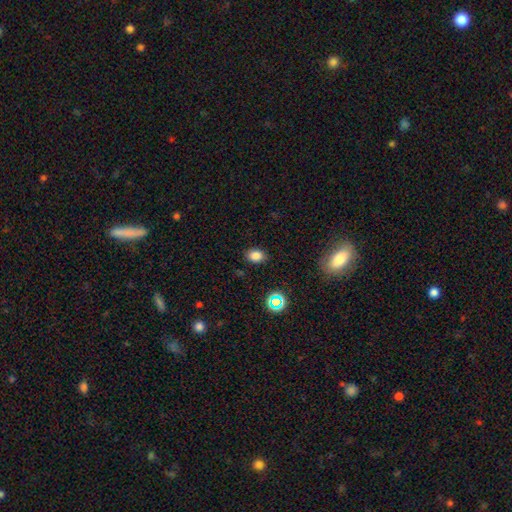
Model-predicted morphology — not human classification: Smooth or featured?
  - smooth: 80% *
  - star or artifact: 14%
  - featured or disk: 6%
How rounded?
  - in between: 70% *
  - round: 29%
  - cigar-shaped: 1%
Merging?
  - none: 85% *
  - minor disturbance: 10%
  - major disturbance: 3%
  - merger: 1%